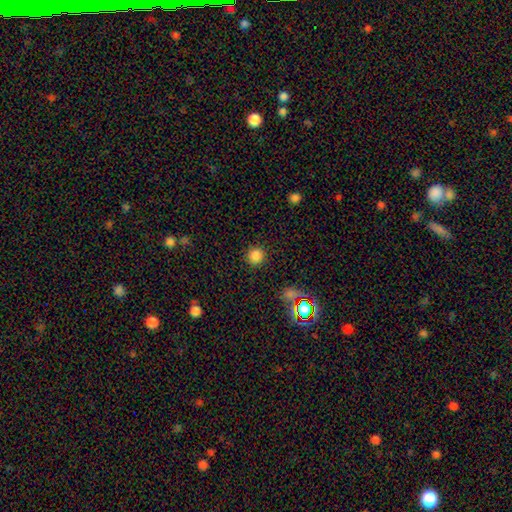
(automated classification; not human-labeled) This appears to be a smooth galaxy with no disk features (82%) that is round (94%). Merging: none (90%).